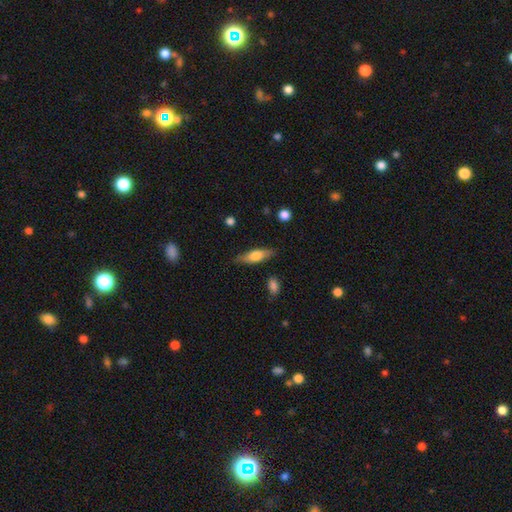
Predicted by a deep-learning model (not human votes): Morphology: type=smooth (63%); roundness=in between (51%); merging=none (80%).